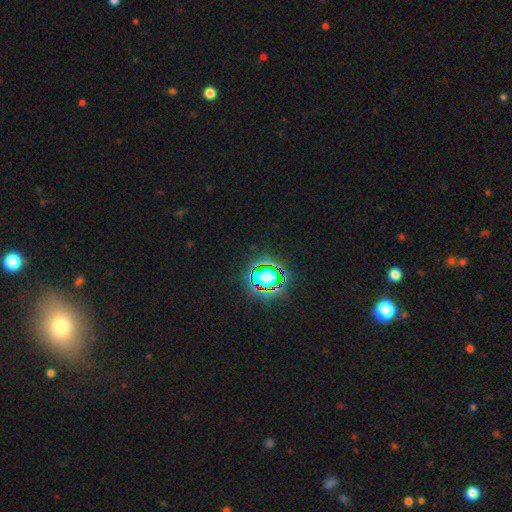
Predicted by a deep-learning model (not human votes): smooth-or-featured: star or artifact: 80% | smooth: 12% | featured or disk: 8%